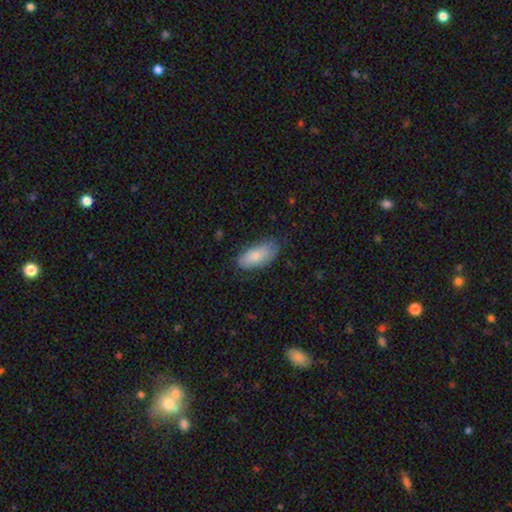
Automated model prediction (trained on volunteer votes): Smooth or featured? smooth (81%)
How rounded? in between (89%)
Merging? none (70%)